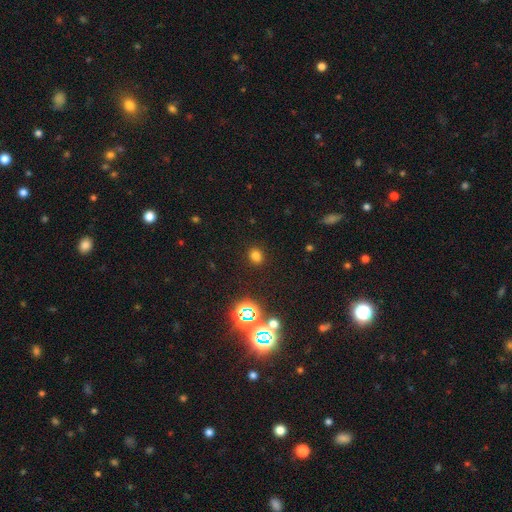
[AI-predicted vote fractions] Q: Smooth or featured?
A: smooth (72%); runner-up: star or artifact (22%)
Q: How rounded?
A: round (61%); runner-up: in between (38%)
Q: Merging?
A: none (88%); runner-up: minor disturbance (7%)